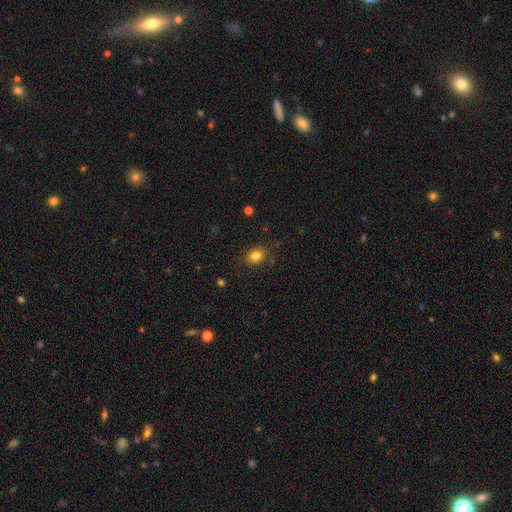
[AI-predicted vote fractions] Smooth or featured?
  - smooth: 83% *
  - star or artifact: 11%
  - featured or disk: 6%
How rounded?
  - in between: 53% *
  - round: 46%
  - cigar-shaped: 1%
Merging?
  - none: 83% *
  - minor disturbance: 12%
  - major disturbance: 3%
  - merger: 2%